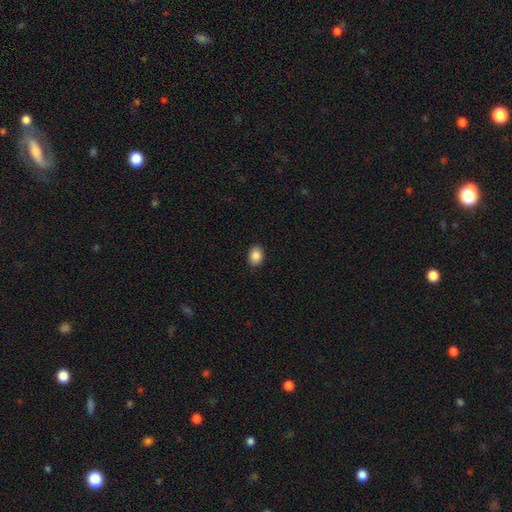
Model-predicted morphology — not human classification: smooth 88%, star or artifact 8%, featured or disk 4%. Down the decision tree: how rounded — in between (64%); merging — none (90%).